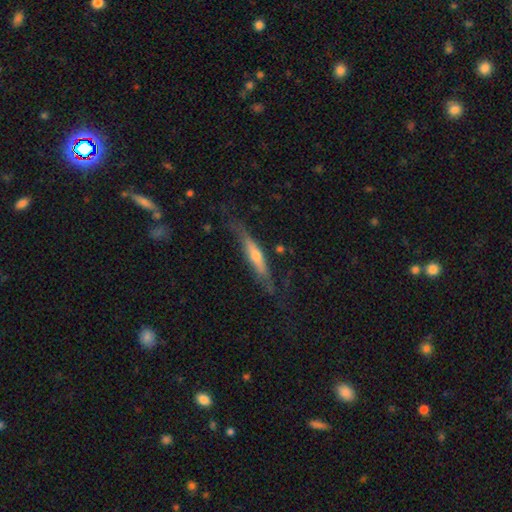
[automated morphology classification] This appears to be a featured or disk galaxy (62%) viewed edge-on (89%) with a rounded central bulge (78%). Merging: none (69%).